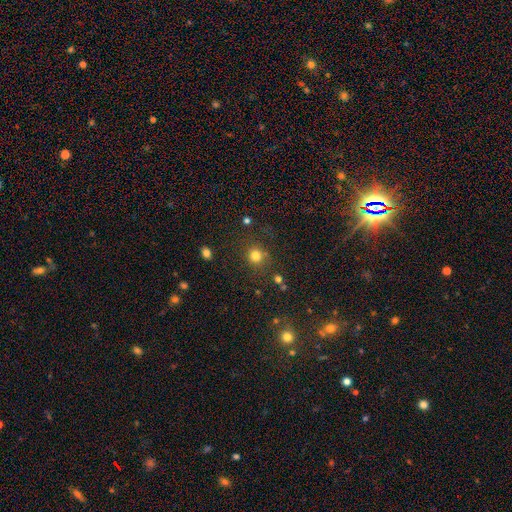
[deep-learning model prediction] Smooth or featured? Predicted: smooth (p=0.79). How rounded? Predicted: round (p=0.88). Merging? Predicted: none (p=0.79).